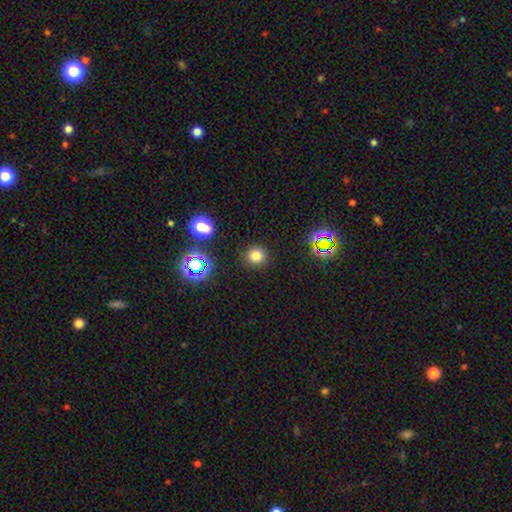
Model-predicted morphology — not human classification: This appears to be a smooth galaxy with no disk features (75%) that is round (93%). Merging: none (90%).